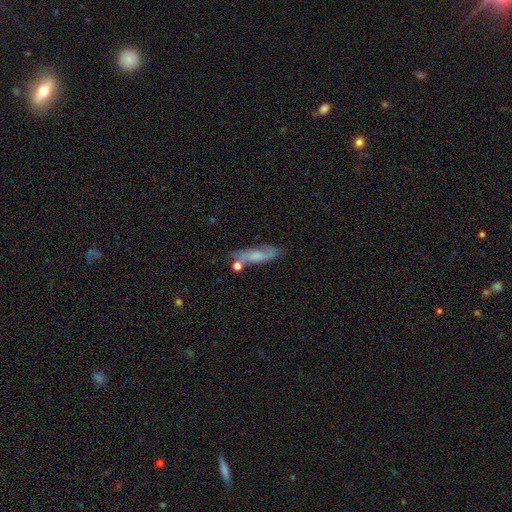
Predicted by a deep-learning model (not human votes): The model was most divided on "smooth or featured": smooth: 49%, featured or disk: 42%, star or artifact: 9%. More confident: merging — none (61%).